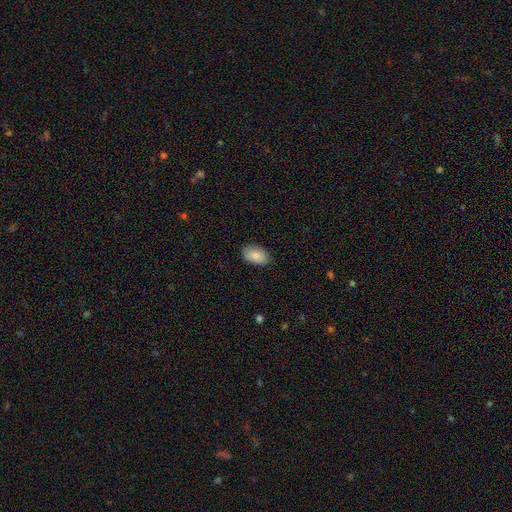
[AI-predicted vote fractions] smooth_or_featured: smooth (p=0.87) [alt: featured or disk p=0.07]
how_rounded: in between (p=0.92) [alt: round p=0.06]
merging: none (p=0.86) [alt: minor disturbance p=0.11]